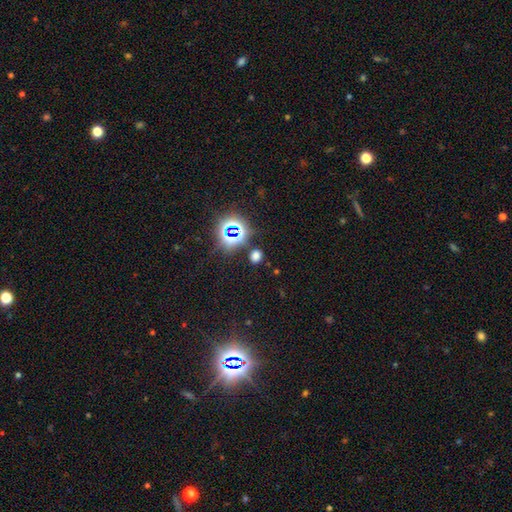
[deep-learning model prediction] Smooth or featured? smooth (59%)
How rounded? round (54%)
Merging? none (82%)